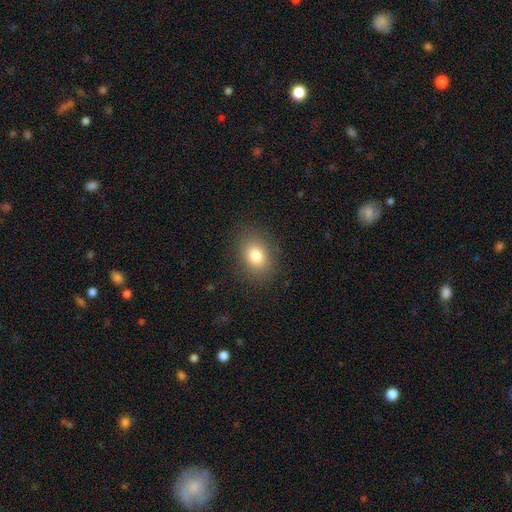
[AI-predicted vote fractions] Smooth or featured? Predicted: smooth (p=0.80). How rounded? Predicted: in between (p=0.68). Merging? Predicted: none (p=0.86).